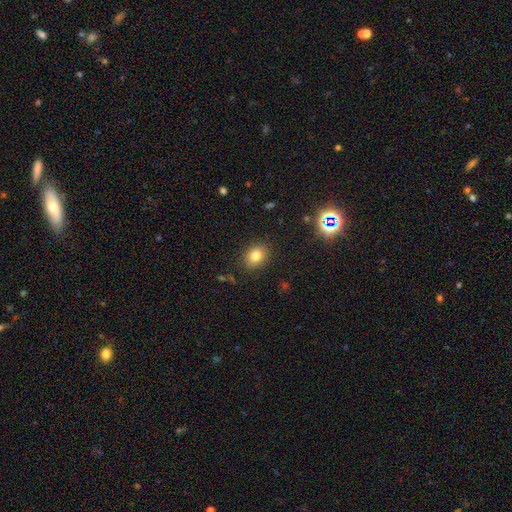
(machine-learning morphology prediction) smooth-or-featured: smooth: 78% | star or artifact: 13% | featured or disk: 9%
  how-rounded: in between: 51% | round: 48% | cigar-shaped: 1%
  merging: none: 87% | minor disturbance: 9% | major disturbance: 3% | merger: 1%